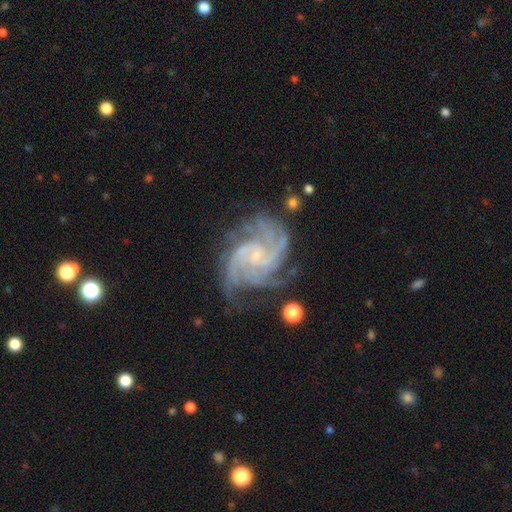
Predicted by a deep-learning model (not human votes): This appears to be a featured or disk galaxy (91%) with no bar (66%), 4 (36%) tight (53%) spiral arms (99%) and a small central bulge (83%). Merging: none (70%).